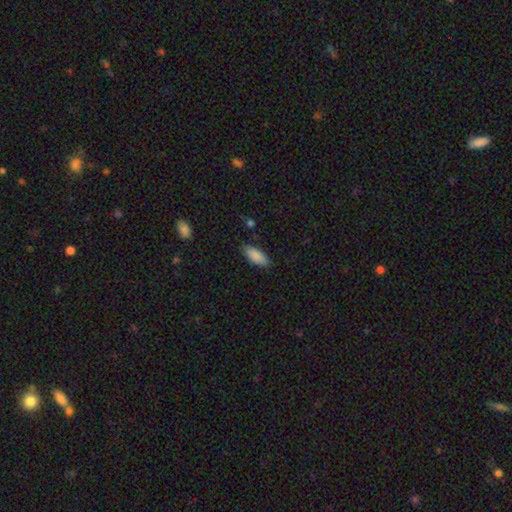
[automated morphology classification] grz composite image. It shows a smooth galaxy with no disk features (88%) that is in between round and cigar-shaped (80%). Merging: none (84%).